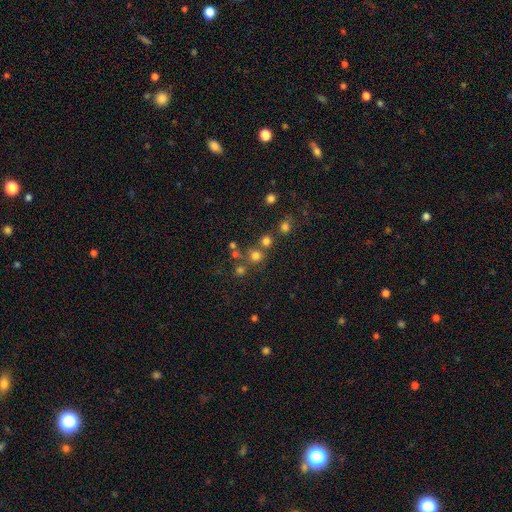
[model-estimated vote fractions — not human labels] A smooth galaxy with no disk features (69%) that is round (90%). Merging: none (66%).